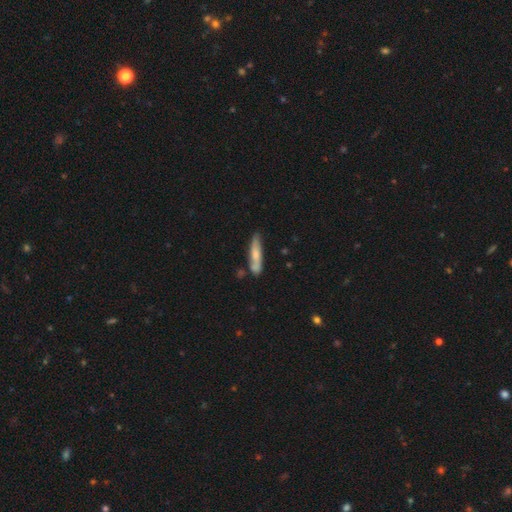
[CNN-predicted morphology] Q: Smooth or featured?
A: smooth (62%); runner-up: featured or disk (32%)
Q: How rounded?
A: cigar-shaped (84%); runner-up: in between (14%)
Q: Merging?
A: none (67%); runner-up: minor disturbance (19%)